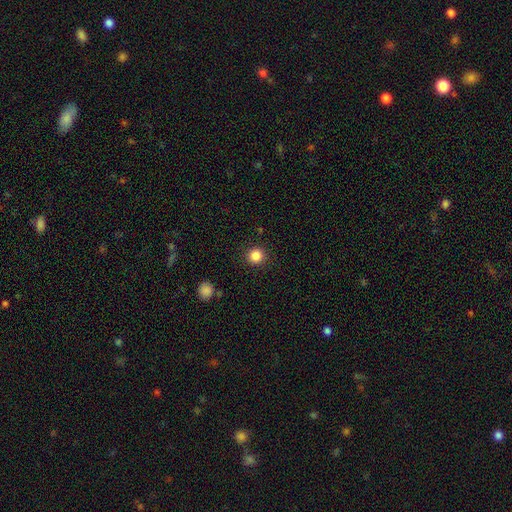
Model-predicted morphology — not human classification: Overall: smooth (85%). How rounded: round (93%). Merging: none (91%).